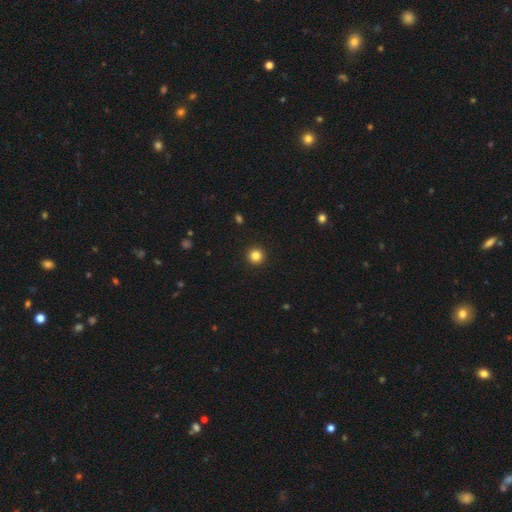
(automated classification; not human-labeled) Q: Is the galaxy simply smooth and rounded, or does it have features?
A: smooth — 84%.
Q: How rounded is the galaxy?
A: round — 96%.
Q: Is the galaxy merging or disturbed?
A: none — 94%.